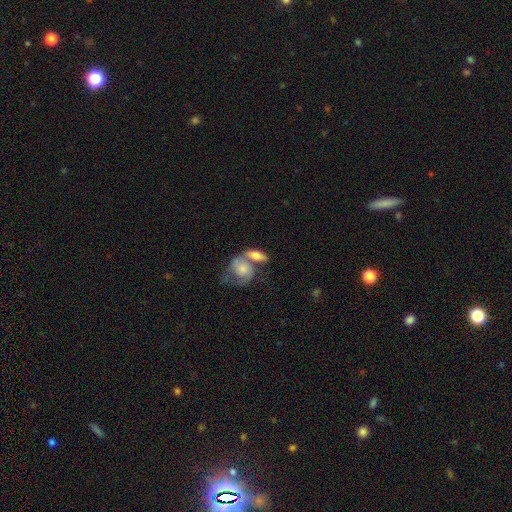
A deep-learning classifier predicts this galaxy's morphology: The model was most divided on "smooth or featured": smooth: 55%, featured or disk: 38%, star or artifact: 7%. More confident: how rounded — in between (73%); merging — merger (55%).